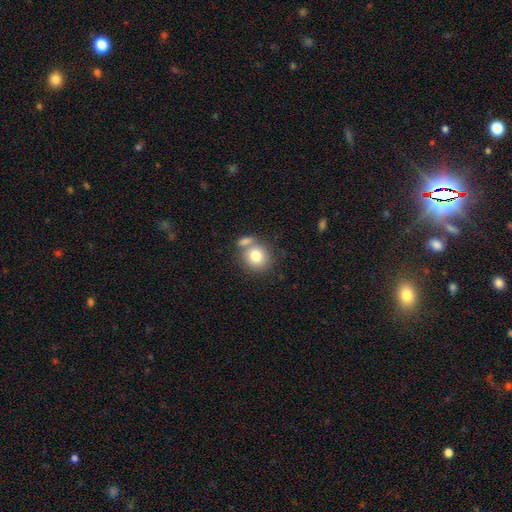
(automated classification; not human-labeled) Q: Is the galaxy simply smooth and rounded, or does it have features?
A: smooth — 78%.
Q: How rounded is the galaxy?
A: round — 84%.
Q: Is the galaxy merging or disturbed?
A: none — 54%.